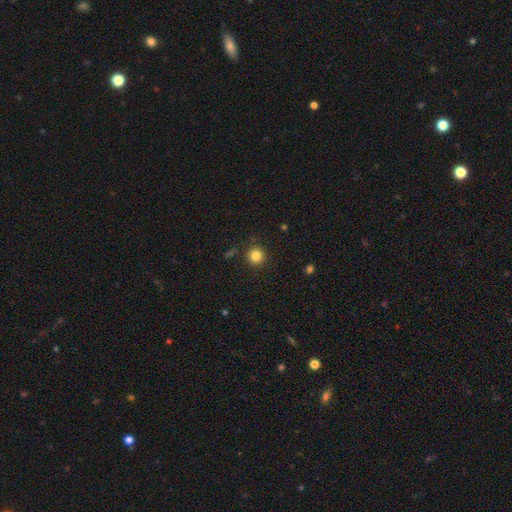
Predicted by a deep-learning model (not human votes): This is clearly a smooth galaxy (83%). How rounded: clearly round (94%). Merging: clearly none (91%).